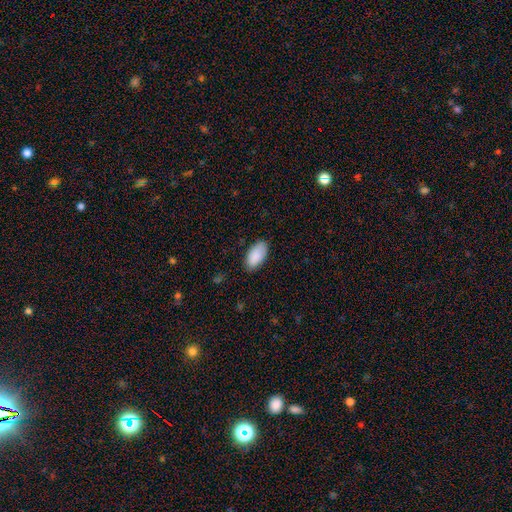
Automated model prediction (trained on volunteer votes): This appears to be a smooth galaxy with no disk features (90%) that is in between round and cigar-shaped (95%). Merging: none (81%).